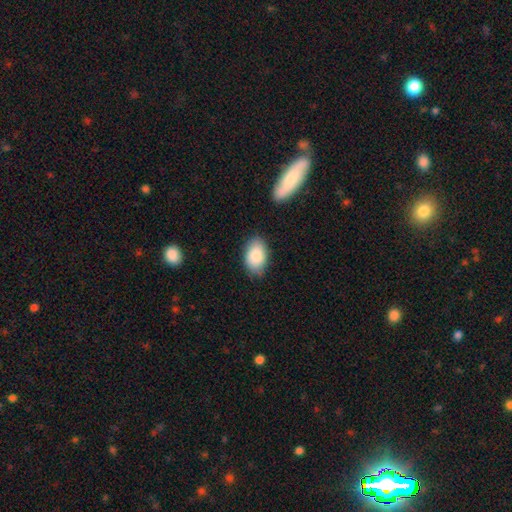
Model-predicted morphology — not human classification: A smooth galaxy with no disk features (87%) that is in between round and cigar-shaped (91%). Merging: none (80%).